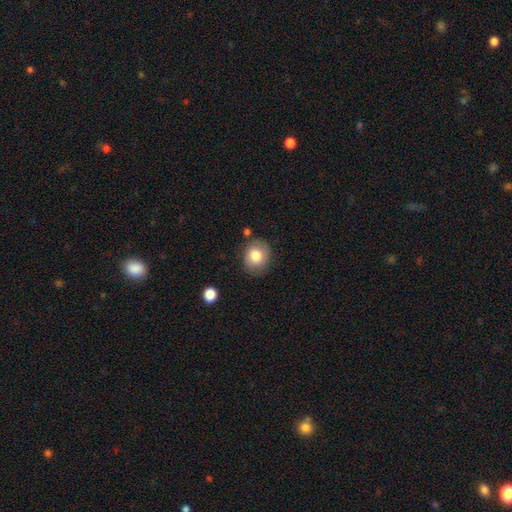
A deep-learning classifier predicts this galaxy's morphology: smooth_or_featured: smooth (p=0.80) [alt: featured or disk p=0.11]
how_rounded: round (p=0.70) [alt: in between p=0.29]
merging: none (p=0.78) [alt: minor disturbance p=0.15]